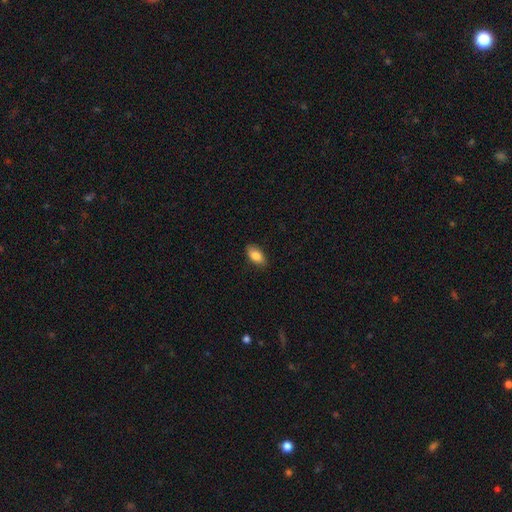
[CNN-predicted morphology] smooth_or_featured: smooth (p=0.85) [alt: featured or disk p=0.08]
how_rounded: in between (p=0.91) [alt: cigar-shaped p=0.04]
merging: none (p=0.86) [alt: minor disturbance p=0.11]